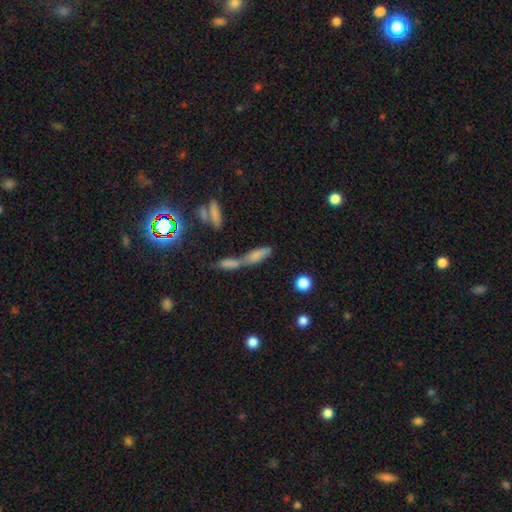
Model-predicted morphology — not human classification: Smooth or featured: smooth — 66% (featured or disk — 20%)
How rounded: in between — 49% (cigar-shaped — 46%)
Merging: merger — 65% (none — 21%)